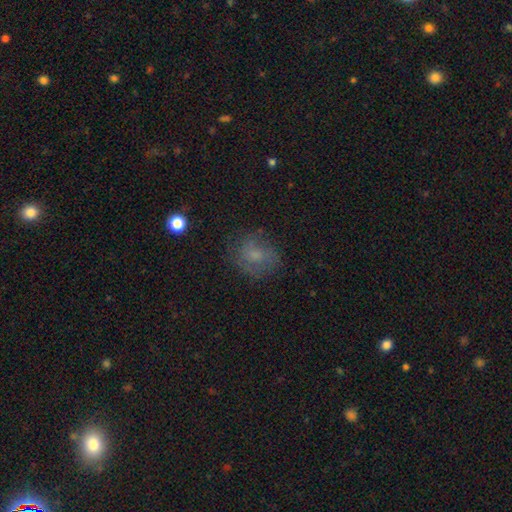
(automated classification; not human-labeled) smooth-or-featured: smooth: 58% | featured or disk: 28% | star or artifact: 14%
  how-rounded: round: 67% | in between: 32% | cigar-shaped: 1%
  merging: none: 67% | minor disturbance: 20% | major disturbance: 11% | merger: 2%